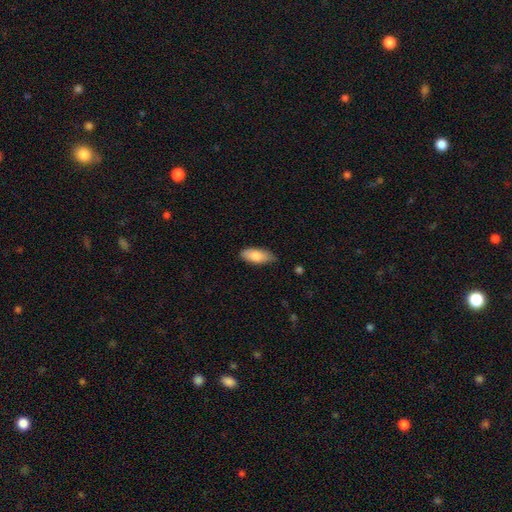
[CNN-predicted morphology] A smooth galaxy with no disk features (83%) that is in between round and cigar-shaped (84%). Merging: none (73%).